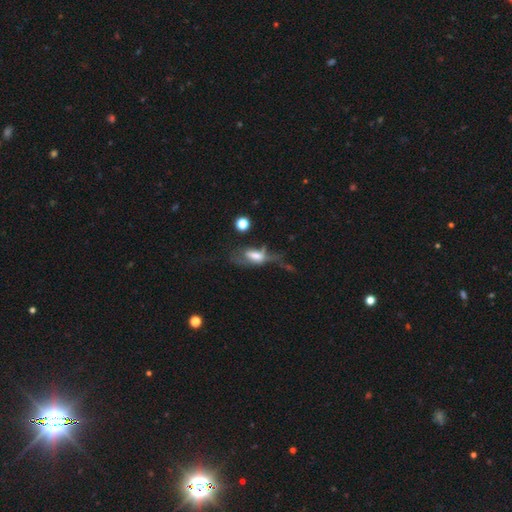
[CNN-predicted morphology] featured or disk 44%, smooth 43%, star or artifact 13%. Down the decision tree: merging — major disturbance (43%).